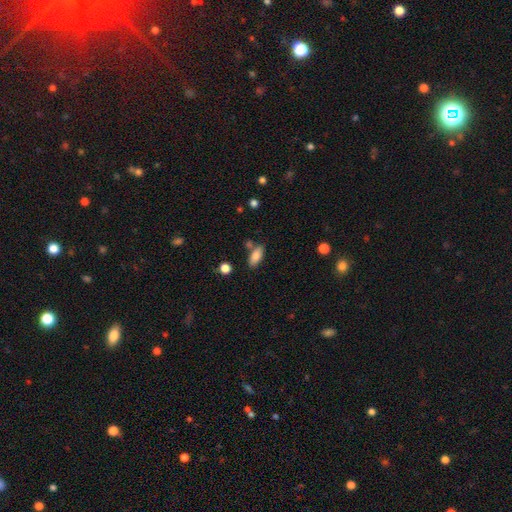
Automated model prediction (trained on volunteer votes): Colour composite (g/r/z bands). It shows a smooth galaxy with no disk features (81%) that is in between round and cigar-shaped (84%). Merging: none (73%).